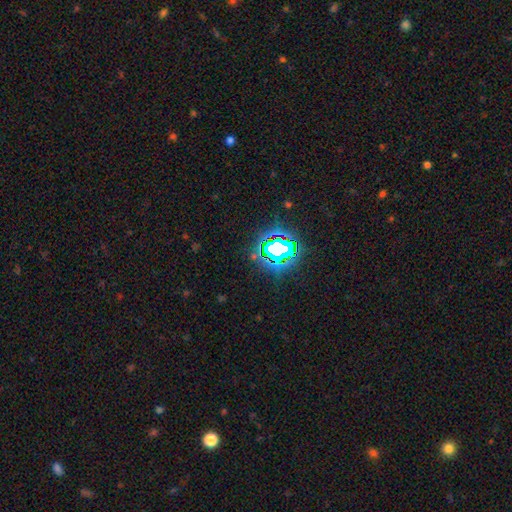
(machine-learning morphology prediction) This appears to be a star or artifact, not a galaxy (76%).